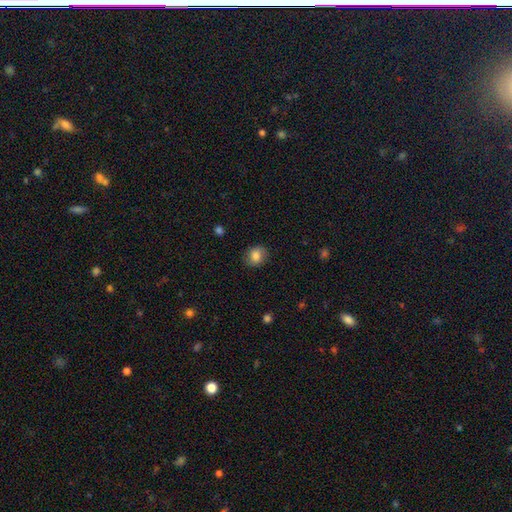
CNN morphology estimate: Smooth or featured?
  - smooth: 82% *
  - star or artifact: 9%
  - featured or disk: 9%
How rounded?
  - round: 61% *
  - in between: 38%
  - cigar-shaped: 1%
Merging?
  - none: 84% *
  - minor disturbance: 12%
  - major disturbance: 3%
  - merger: 1%